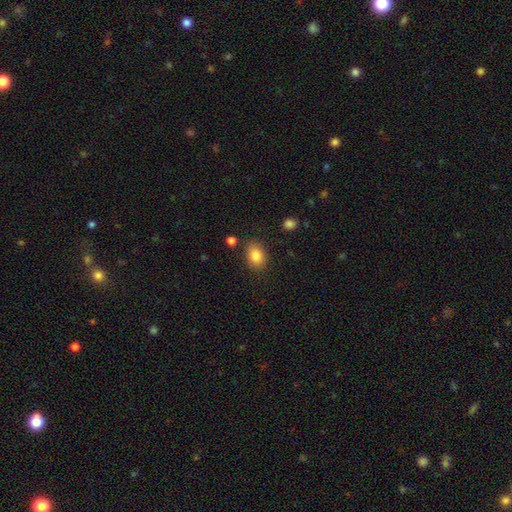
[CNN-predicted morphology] smooth-or-featured: smooth: 85% | star or artifact: 8% | featured or disk: 7%
  how-rounded: in between: 74% | round: 25% | cigar-shaped: 1%
  merging: none: 83% | minor disturbance: 11% | major disturbance: 3% | merger: 3%